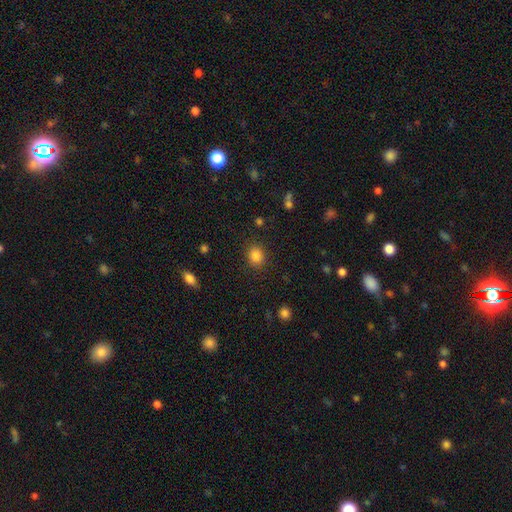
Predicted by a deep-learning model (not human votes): Overall: smooth (85%). How rounded: round (69%; in between 30%). Merging: none (88%).